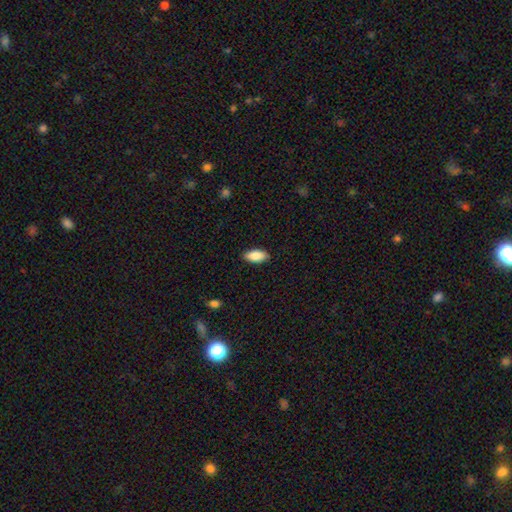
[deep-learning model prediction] smooth-or-featured: smooth: 86% | featured or disk: 8% | star or artifact: 6%
  how-rounded: in between: 90% | cigar-shaped: 8% | round: 2%
  merging: none: 88% | minor disturbance: 9% | major disturbance: 2% | merger: 1%